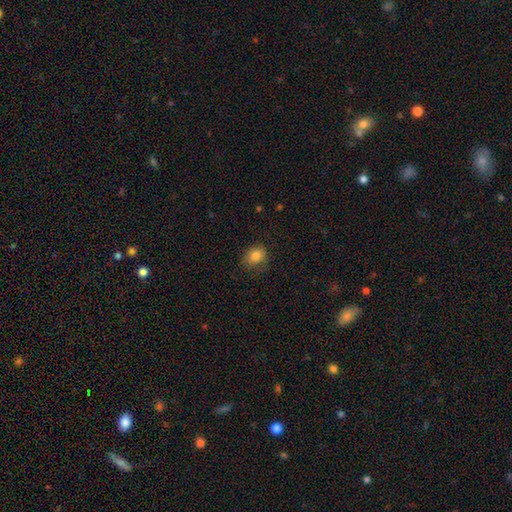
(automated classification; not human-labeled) A smooth galaxy with no disk features (84%) that is round (50%). Merging: none (75%).